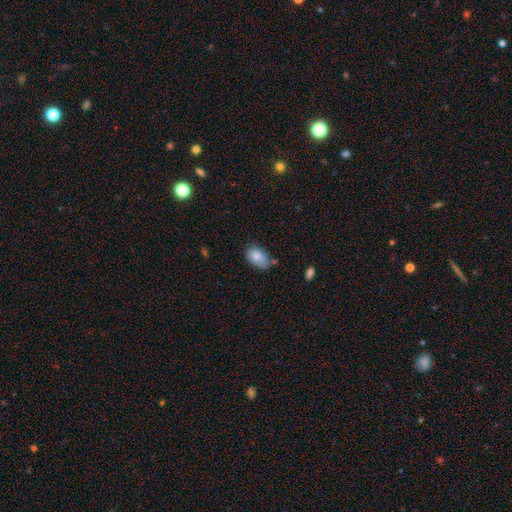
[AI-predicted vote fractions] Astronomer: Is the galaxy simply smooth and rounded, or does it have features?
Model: smooth — 81%.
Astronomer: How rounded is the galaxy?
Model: in between — 90%.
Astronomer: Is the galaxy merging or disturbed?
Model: none — 53% (runner-up: minor disturbance, 32%).